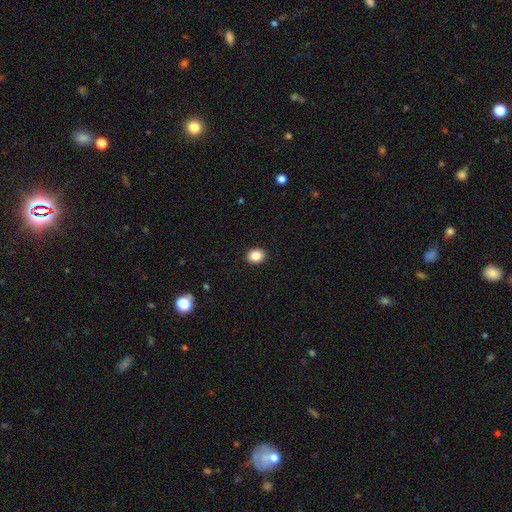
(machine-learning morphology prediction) This is clearly a smooth galaxy (85%). How rounded: possibly round (52%). Merging: clearly none (92%).